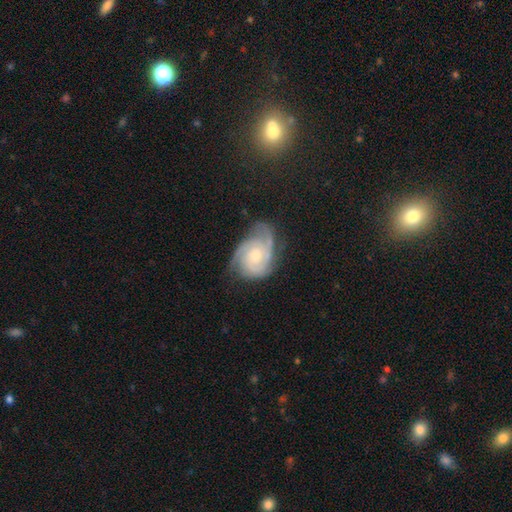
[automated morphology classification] smooth_or_featured: featured or disk (p=0.85) [alt: smooth p=0.10]
disk_edge_on: no (p=0.98) [alt: yes p=0.02]
bar: no (p=0.70) [alt: weak p=0.26]
has_spiral_arms: yes (p=0.97) [alt: no p=0.03]
spiral_winding: tight (p=0.59) [alt: medium p=0.34]
spiral_arm_count: 3 (p=0.38) [alt: 2 p=0.31]
bulge_size: moderate (p=0.50) [alt: small p=0.44]
merging: none (p=0.60) [alt: minor disturbance p=0.27]